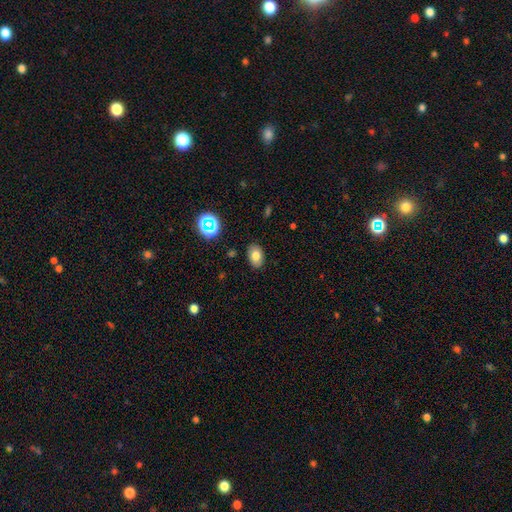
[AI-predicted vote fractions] smooth_or_featured: smooth (p=0.77) [alt: star or artifact p=0.12]
how_rounded: in between (p=0.83) [alt: round p=0.16]
merging: none (p=0.87) [alt: minor disturbance p=0.09]